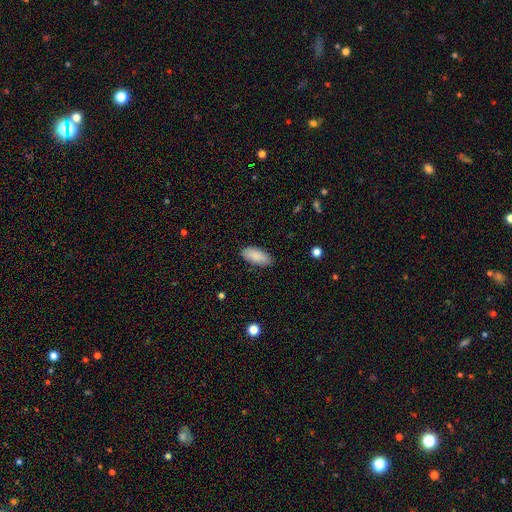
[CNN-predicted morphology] smooth 89%, star or artifact 6%, featured or disk 5%. Down the decision tree: how rounded — in between (88%); merging — none (86%).